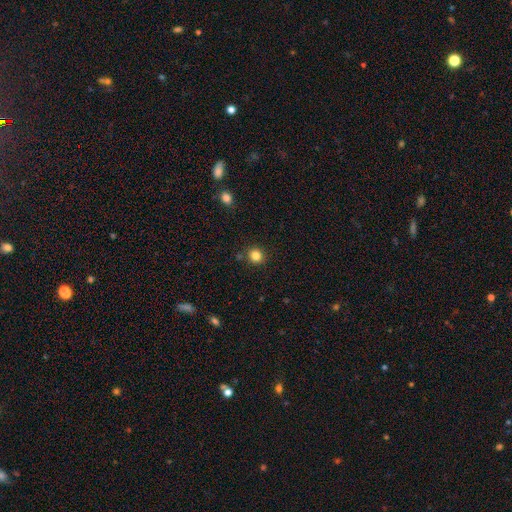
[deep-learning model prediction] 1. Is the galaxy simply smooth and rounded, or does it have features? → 83% smooth, 12% star or artifact, 5% featured or disk.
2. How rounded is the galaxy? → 87% round, 12% in between, 1% cigar-shaped.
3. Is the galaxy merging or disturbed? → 87% none, 7% minor disturbance, 3% merger, 2% major disturbance.